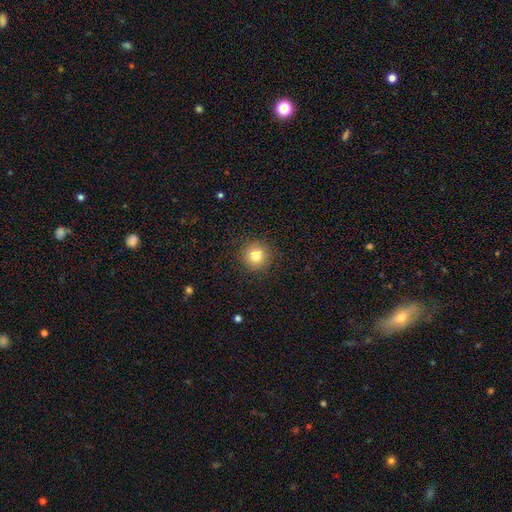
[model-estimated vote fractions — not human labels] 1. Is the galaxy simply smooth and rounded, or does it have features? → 80% smooth, 12% star or artifact, 8% featured or disk.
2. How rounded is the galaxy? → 95% round, 4% in between, 1% cigar-shaped.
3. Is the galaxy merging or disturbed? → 89% none, 7% minor disturbance, 3% major disturbance, 1% merger.